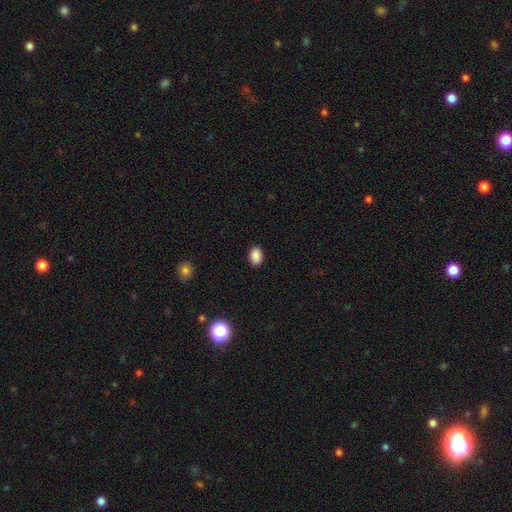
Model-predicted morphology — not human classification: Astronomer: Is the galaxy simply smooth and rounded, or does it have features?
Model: smooth — 89%.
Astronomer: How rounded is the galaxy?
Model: in between — 84%.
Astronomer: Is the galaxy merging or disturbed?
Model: none — 89%.